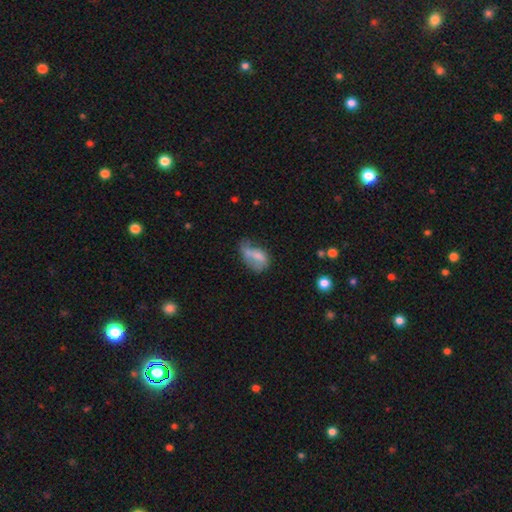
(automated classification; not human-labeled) This is likely a smooth galaxy (63%). How rounded: clearly in between (85%). Merging: marginally major disturbance (31%).